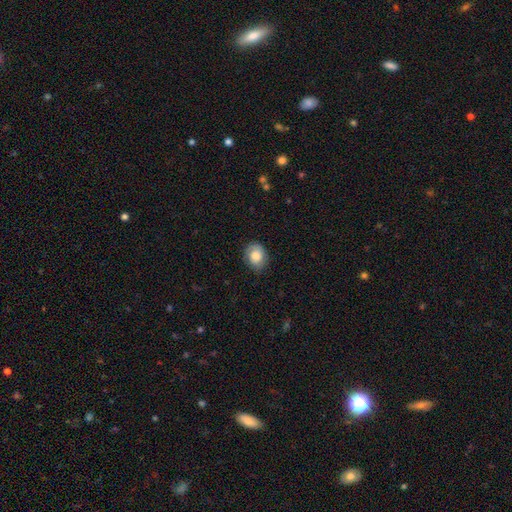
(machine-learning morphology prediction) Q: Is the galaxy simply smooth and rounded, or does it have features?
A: smooth — 79%.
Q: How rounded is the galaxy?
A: in between — 51%.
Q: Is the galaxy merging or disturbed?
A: none — 76%.